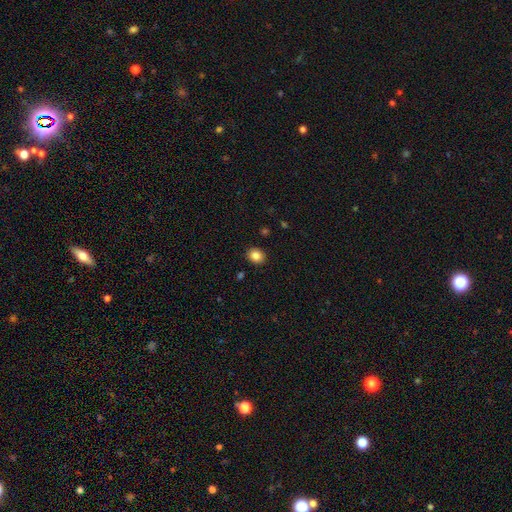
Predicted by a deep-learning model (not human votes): Smooth or featured? Predicted: smooth (p=0.85). How rounded? Predicted: round (p=0.65). Merging? Predicted: none (p=0.90).